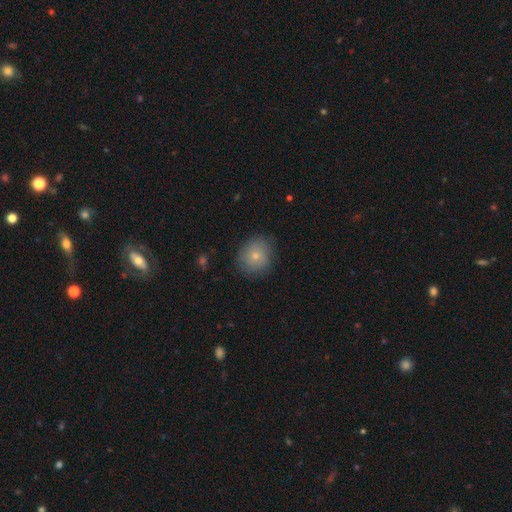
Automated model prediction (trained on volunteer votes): Smooth or featured: smooth — 76% (featured or disk — 16%)
How rounded: round — 73% (in between — 26%)
Merging: none — 78% (minor disturbance — 17%)